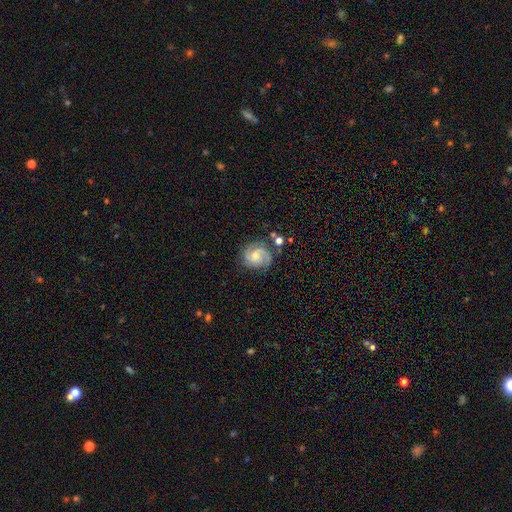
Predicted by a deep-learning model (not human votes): This appears to be a featured or disk galaxy (78%) with no bar (60%), 2 (61%) medium (44%) spiral arms (96%) and a small central bulge (48%). Merging: none (69%).